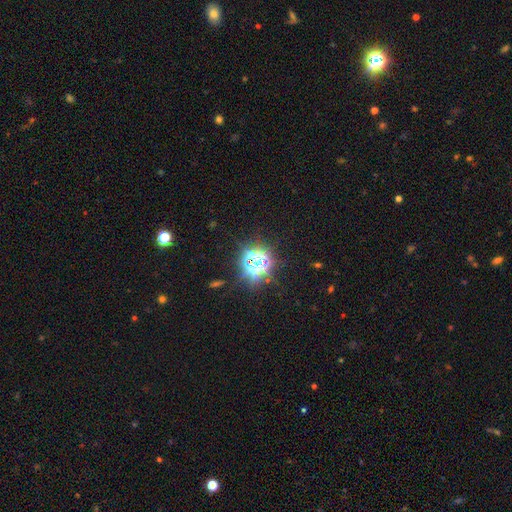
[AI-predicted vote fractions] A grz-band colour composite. It shows a star or artifact, not a galaxy (67%).